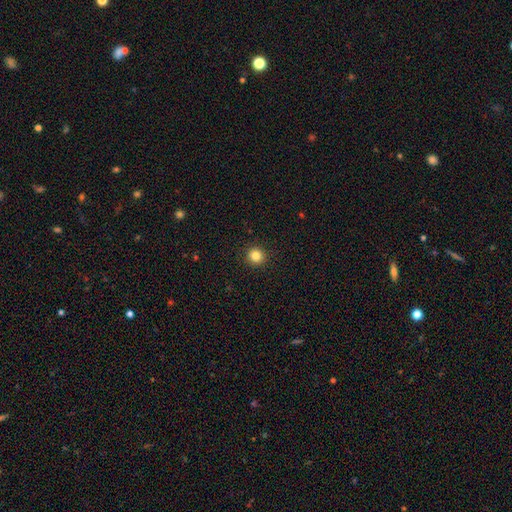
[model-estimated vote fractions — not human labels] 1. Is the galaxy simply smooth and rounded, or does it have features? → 83% smooth, 12% star or artifact, 5% featured or disk.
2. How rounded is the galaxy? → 94% round, 5% in between, 1% cigar-shaped.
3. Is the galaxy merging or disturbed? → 92% none, 5% minor disturbance, 2% major disturbance, 1% merger.